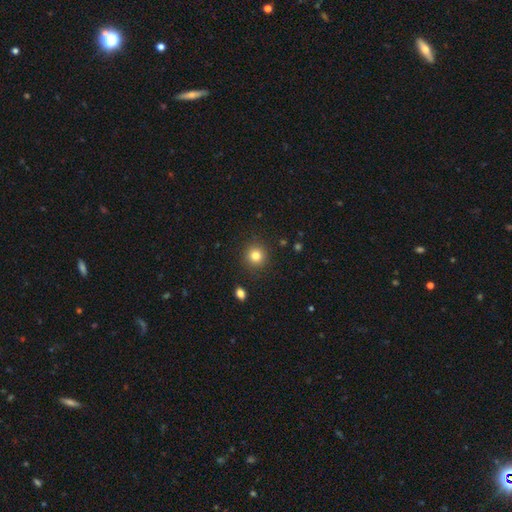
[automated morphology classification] A smooth galaxy with no disk features (81%) that is round (92%). Merging: none (90%).